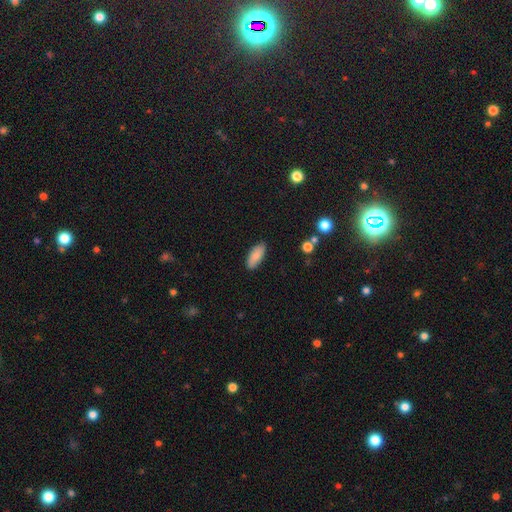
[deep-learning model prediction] smooth-or-featured: smooth: 85% | featured or disk: 8% | star or artifact: 7%
  how-rounded: in between: 81% | cigar-shaped: 17% | round: 2%
  merging: none: 87% | minor disturbance: 10% | major disturbance: 2% | merger: 1%